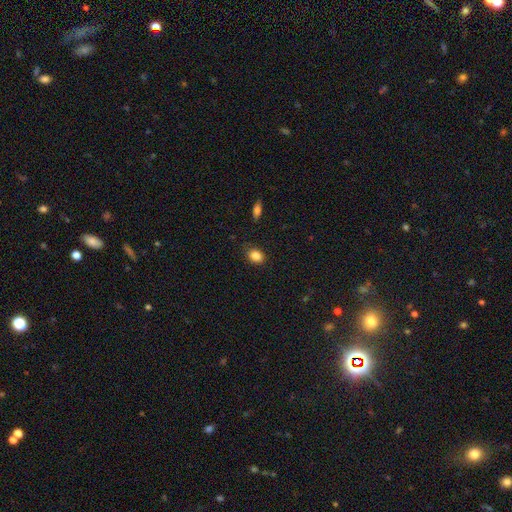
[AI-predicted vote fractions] smooth_or_featured: smooth (p=0.86) [alt: star or artifact p=0.09]
how_rounded: in between (p=0.66) [alt: round p=0.33]
merging: none (p=0.81) [alt: minor disturbance p=0.15]